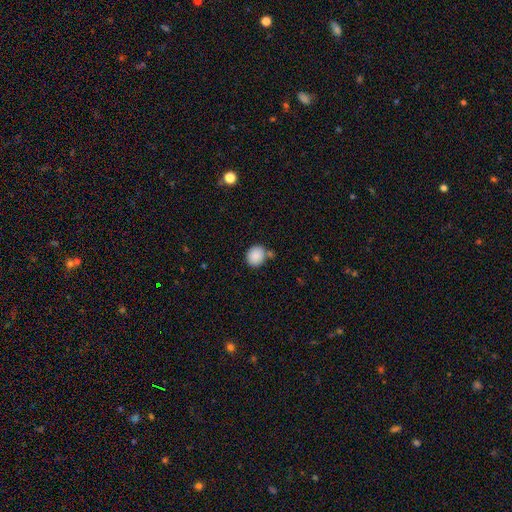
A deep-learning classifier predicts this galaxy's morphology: Smooth or featured: smooth — 89% (star or artifact — 8%)
How rounded: round — 72% (in between — 27%)
Merging: none — 74% (minor disturbance — 12%)